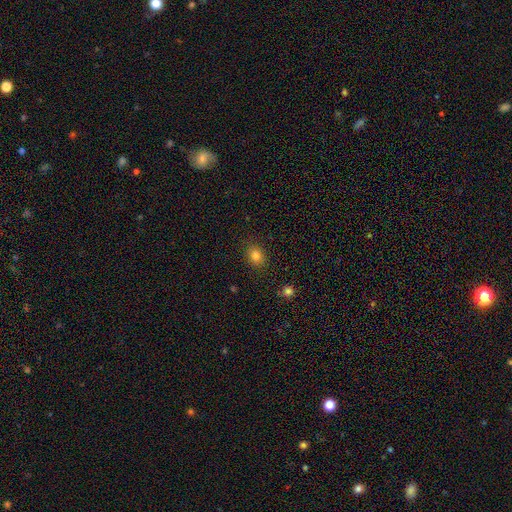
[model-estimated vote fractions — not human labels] This is clearly a smooth galaxy (81%). How rounded: possibly round (54%). Merging: clearly none (88%).